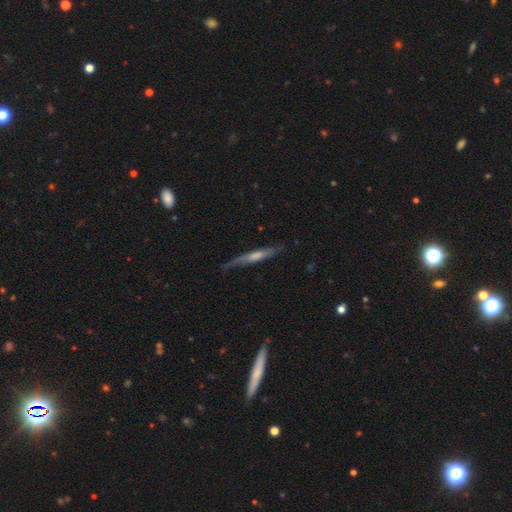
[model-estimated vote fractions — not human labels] Smooth or featured?
  - featured or disk: 63% *
  - smooth: 31%
  - star or artifact: 6%
Edge-on disk?
  - yes: 92% *
  - no: 8%
Edge-on bulge?
  - rounded: 49% *
  - none: 34%
  - boxy: 17%
Merging?
  - none: 74% *
  - minor disturbance: 19%
  - major disturbance: 4%
  - merger: 2%